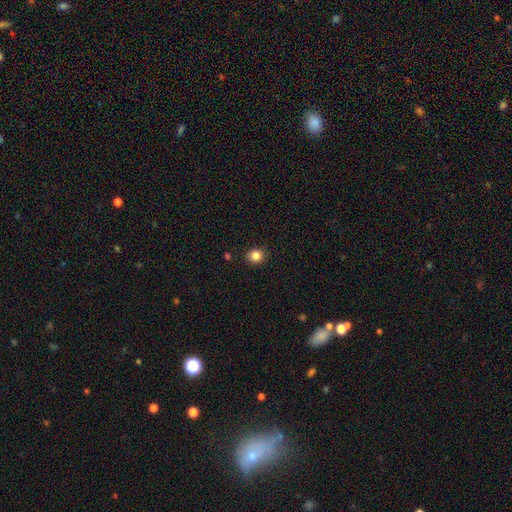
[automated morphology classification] A smooth galaxy with no disk features (84%) that is round (84%).

Vote fractions:
- Smooth or featured? smooth: 84% / star or artifact: 11% / featured or disk: 4%
- How rounded? round: 84% / in between: 15% / cigar-shaped: 1%
- Merging? none: 90% / minor disturbance: 7% / major disturbance: 2% / merger: 1%